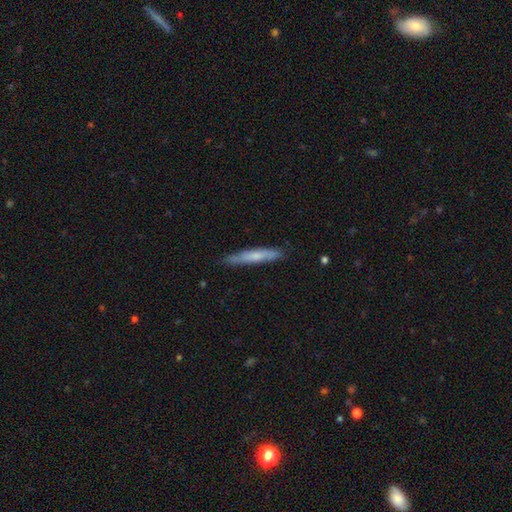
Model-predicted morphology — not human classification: The model was most divided on "smooth or featured": smooth: 61%, featured or disk: 33%, star or artifact: 6%. More confident: how rounded — cigar-shaped (93%); merging — none (82%).